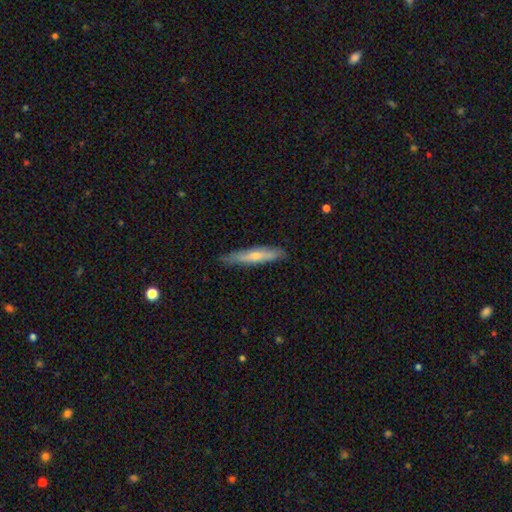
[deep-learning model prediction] smooth_or_featured: smooth (p=0.51) [alt: featured or disk p=0.43]
how_rounded: cigar-shaped (p=0.89) [alt: in between p=0.09]
merging: none (p=0.81) [alt: minor disturbance p=0.16]